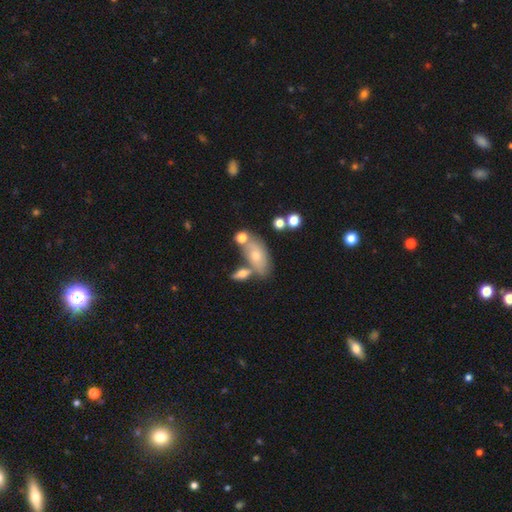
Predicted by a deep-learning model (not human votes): smooth_or_featured: smooth (p=0.60) [alt: featured or disk p=0.31]
how_rounded: in between (p=0.86) [alt: cigar-shaped p=0.07]
merging: none (p=0.51) [alt: merger p=0.24]